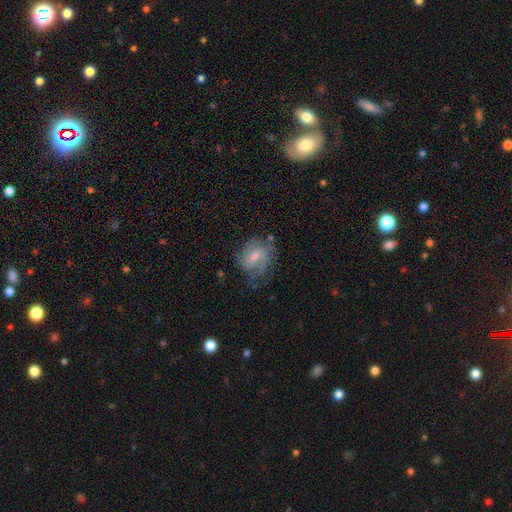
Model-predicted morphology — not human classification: smooth-or-featured: featured or disk: 77% | smooth: 15% | star or artifact: 8%
  disk-edge-on: no: 97% | yes: 3%
    bar: weak: 54% | no: 33% | strong: 13%
    has-spiral-arms: yes: 93% | no: 7%
      spiral-winding: medium: 44% | tight: 37% | loose: 18%
      spiral-arm-count: 2: 42% | can't tell: 23% | 3: 19% | 1: 8% | 4: 4% | more than 4: 3%
    bulge-size: small: 53% | moderate: 40% | none: 4% | large: 2% | dominant: 1%
  merging: none: 64% | minor disturbance: 22% | major disturbance: 12% | merger: 2%